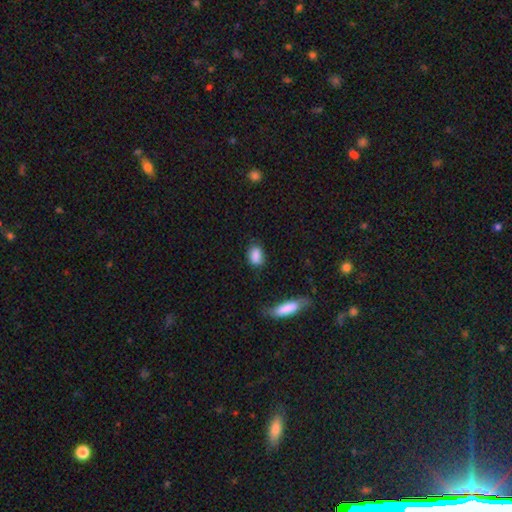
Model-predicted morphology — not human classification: Smooth or featured? smooth (86%)
How rounded? in between (77%)
Merging? none (72%)